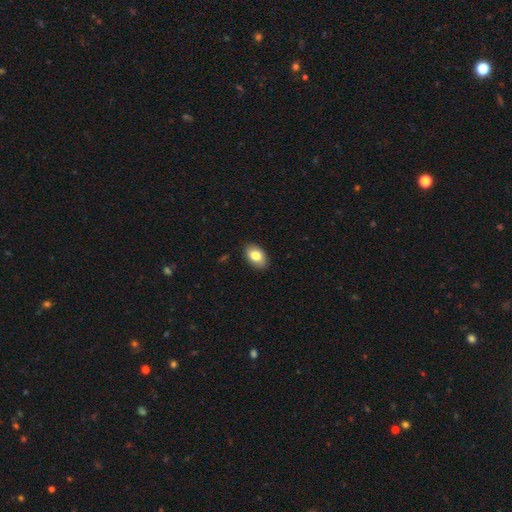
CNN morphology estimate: A smooth galaxy with no disk features (83%) that is in between round and cigar-shaped (90%). Merging: none (89%).